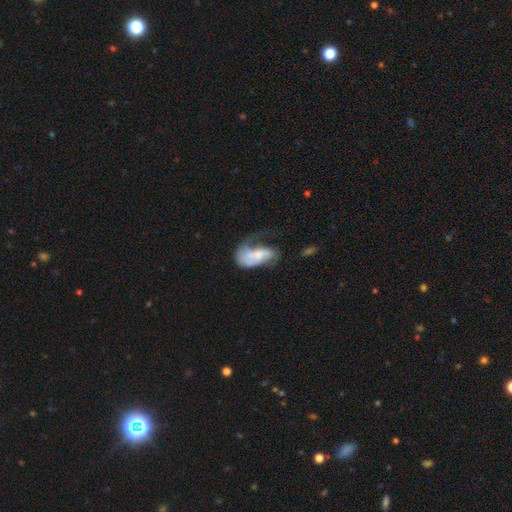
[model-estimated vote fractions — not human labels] This is possibly a smooth galaxy (49%). Merging: possibly major disturbance (53%).